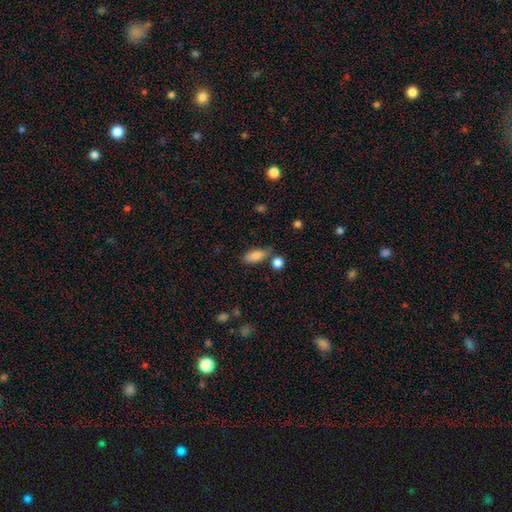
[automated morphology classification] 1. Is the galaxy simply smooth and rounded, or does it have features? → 84% smooth, 8% featured or disk, 8% star or artifact.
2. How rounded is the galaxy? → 83% in between, 13% cigar-shaped, 4% round.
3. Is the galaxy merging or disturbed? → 66% none, 18% minor disturbance, 11% merger, 5% major disturbance.